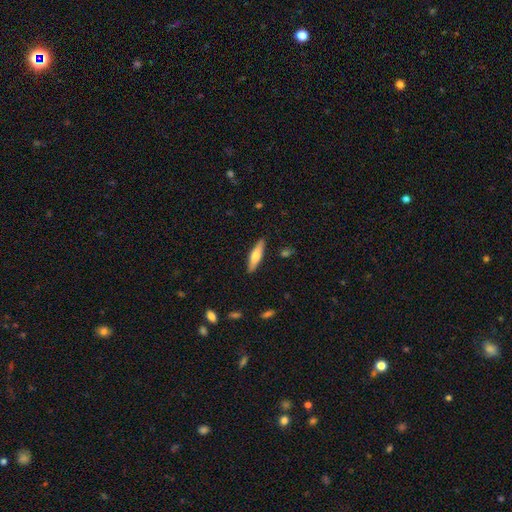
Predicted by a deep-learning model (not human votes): smooth-or-featured: smooth: 54% | featured or disk: 40% | star or artifact: 6%
  how-rounded: cigar-shaped: 73% | in between: 26% | round: 2%
  merging: none: 88% | minor disturbance: 9% | major disturbance: 2% | merger: 1%